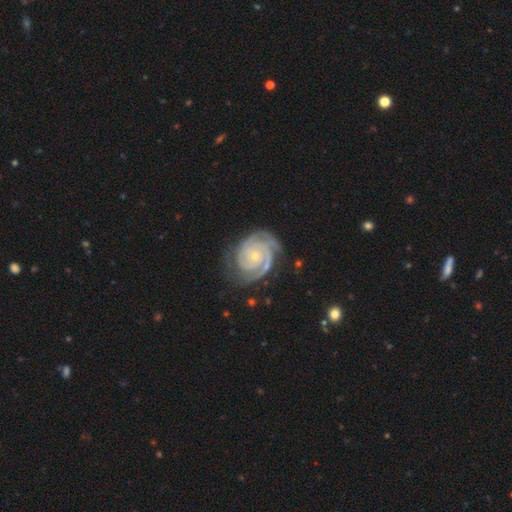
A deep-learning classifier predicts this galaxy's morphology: smooth_or_featured: featured or disk (p=0.91) [alt: smooth p=0.05]
disk_edge_on: no (p=0.98) [alt: yes p=0.02]
bar: no (p=0.77) [alt: weak p=0.18]
has_spiral_arms: yes (p=0.98) [alt: no p=0.02]
spiral_winding: tight (p=0.77) [alt: medium p=0.20]
spiral_arm_count: 2 (p=0.36) [alt: 3 p=0.34]
bulge_size: small (p=0.75) [alt: moderate p=0.21]
merging: none (p=0.71) [alt: minor disturbance p=0.20]